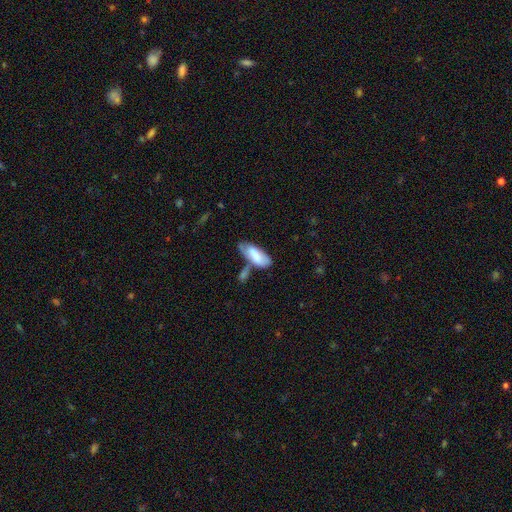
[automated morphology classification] smooth 77%, featured or disk 17%, star or artifact 6%. Down the decision tree: how rounded — in between (80%); merging — none (34%).